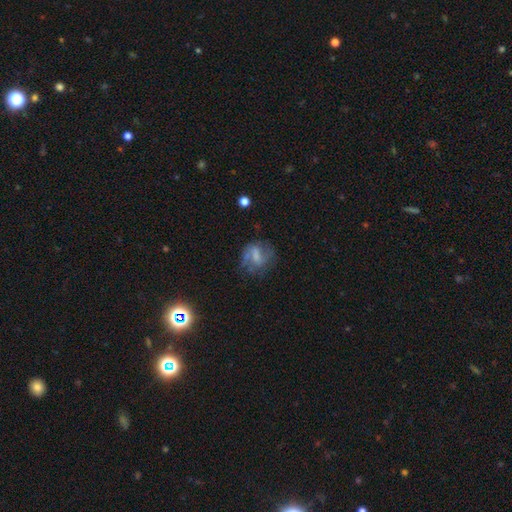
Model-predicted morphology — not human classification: This is possibly a featured or disk galaxy (56%). It is clearly not viewed edge-on (97%). Bar: marginally weak (44%). Spiral arm pattern: likely yes (68%). Central bulge: marginally none (41%). Merging: possibly none (52%).